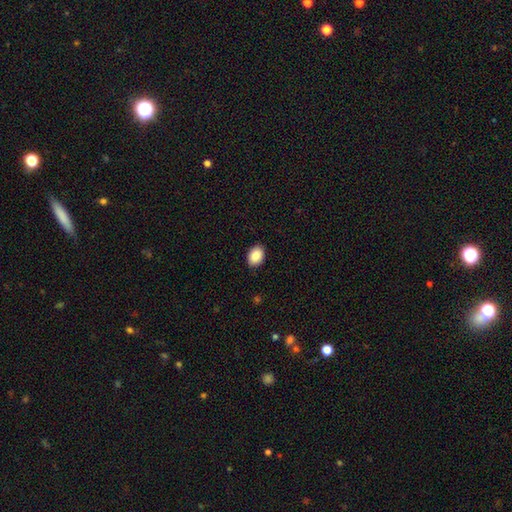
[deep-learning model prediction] The model was most divided on "how rounded": in between: 80%, round: 19%, cigar-shaped: 1%. More confident: smooth or featured — smooth (89%); merging — none (89%).